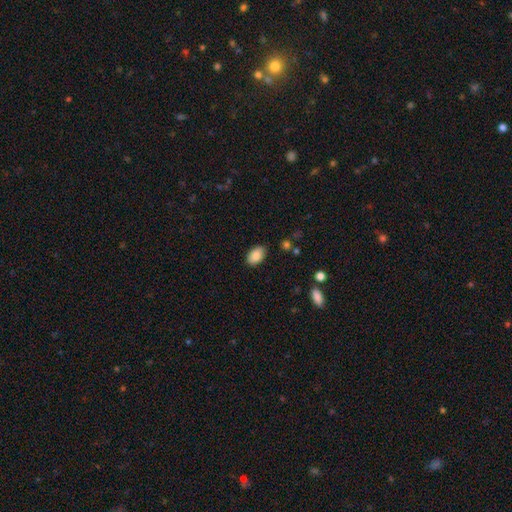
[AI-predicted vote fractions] Overall: smooth (85%). How rounded: in between (91%). Merging: none (84%).